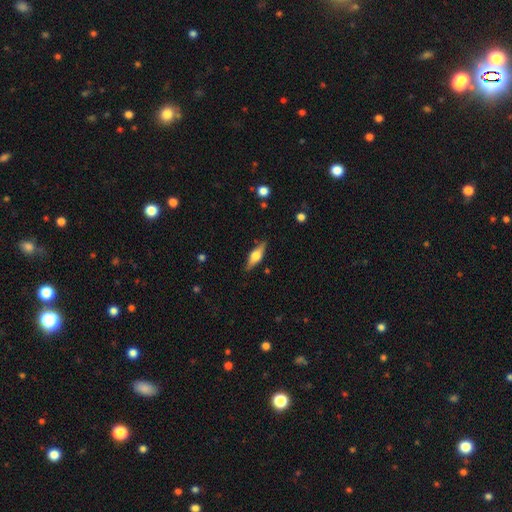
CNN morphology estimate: Smooth or featured? featured or disk (58%)
Edge-on disk? yes (94%)
Edge-on bulge? rounded (90%)
Merging? none (86%)